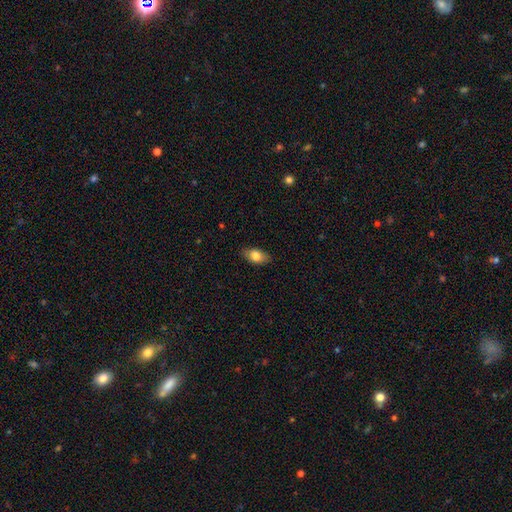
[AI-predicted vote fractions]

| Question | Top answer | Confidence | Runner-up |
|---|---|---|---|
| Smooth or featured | smooth | 80% | featured or disk (13%) |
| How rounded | in between | 88% | round (8%) |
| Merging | none | 85% | minor disturbance (12%) |